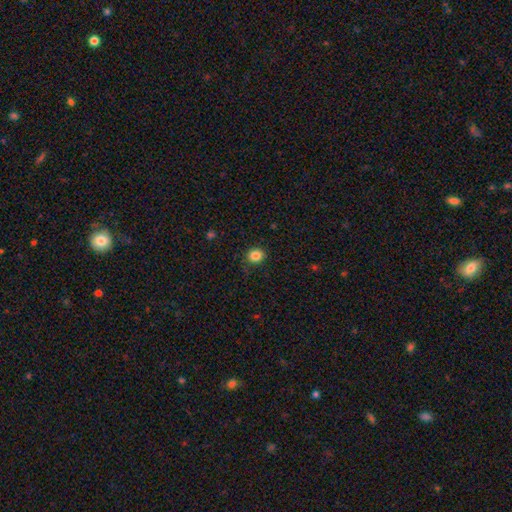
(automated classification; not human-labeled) Smooth or featured? smooth (85%)
How rounded? round (77%)
Merging? none (84%)